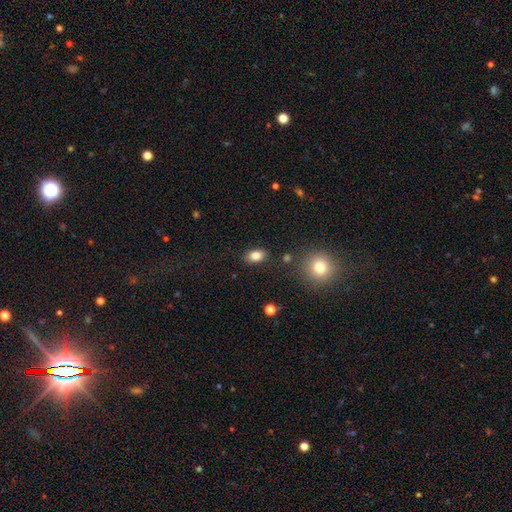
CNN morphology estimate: Smooth or featured? Predicted: smooth (p=0.83). How rounded? Predicted: in between (p=0.84). Merging? Predicted: none (p=0.85).